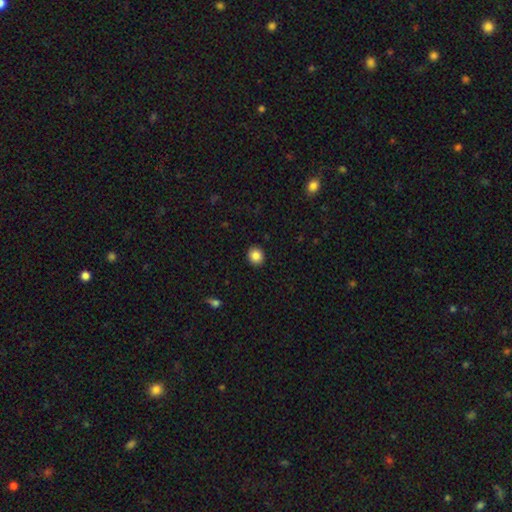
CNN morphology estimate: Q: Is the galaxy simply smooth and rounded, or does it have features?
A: smooth — 86%.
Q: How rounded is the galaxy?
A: round — 83%.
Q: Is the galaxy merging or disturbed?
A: none — 92%.